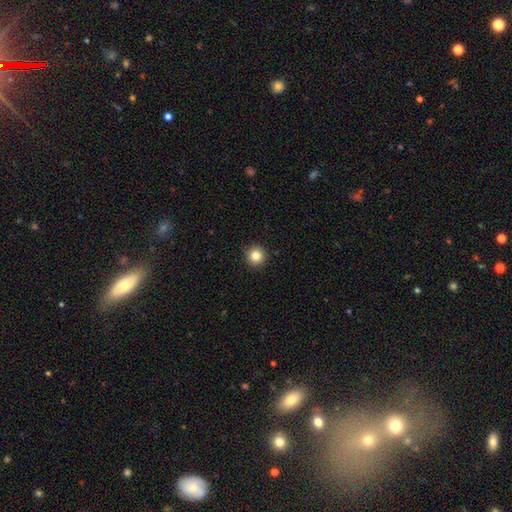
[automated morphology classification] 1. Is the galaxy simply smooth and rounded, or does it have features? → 84% smooth, 11% star or artifact, 5% featured or disk.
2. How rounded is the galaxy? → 96% round, 3% in between, 1% cigar-shaped.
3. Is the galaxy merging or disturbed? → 93% none, 5% minor disturbance, 1% major disturbance, 1% merger.